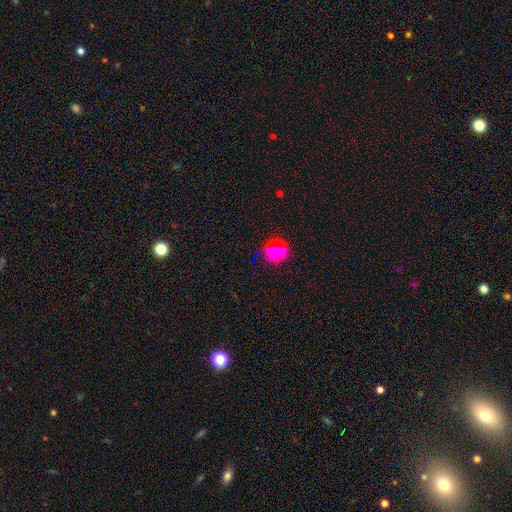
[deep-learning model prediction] smooth_or_featured: star or artifact (p=0.58) [alt: smooth p=0.34]